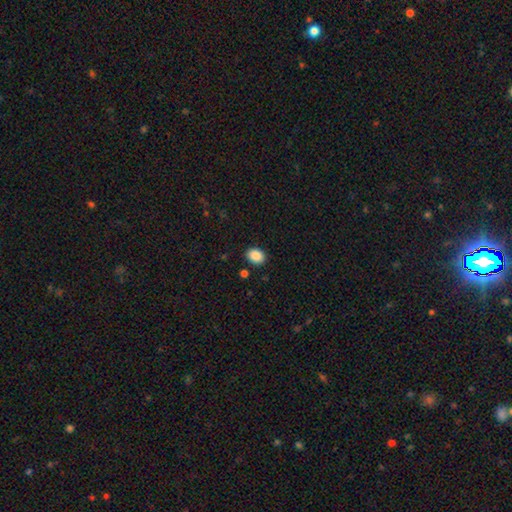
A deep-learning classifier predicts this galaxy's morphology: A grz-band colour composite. It shows a smooth galaxy with no disk features (89%) that is in between round and cigar-shaped (65%). Merging: none (88%).